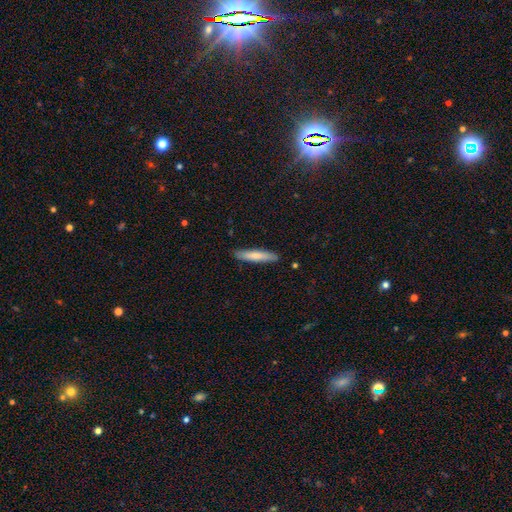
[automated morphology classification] This is likely a smooth galaxy (74%). How rounded: clearly cigar-shaped (90%). Merging: clearly none (88%).